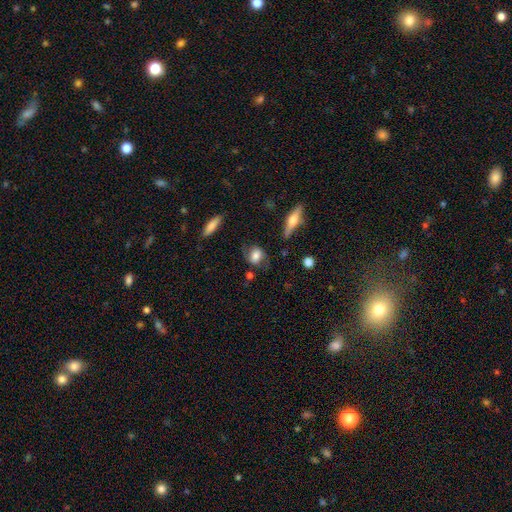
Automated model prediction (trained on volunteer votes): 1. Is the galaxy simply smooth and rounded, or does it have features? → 54% smooth, 37% featured or disk, 9% star or artifact.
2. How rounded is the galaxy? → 52% in between, 45% round, 4% cigar-shaped.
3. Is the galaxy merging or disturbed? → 66% none, 23% minor disturbance, 8% major disturbance, 3% merger.